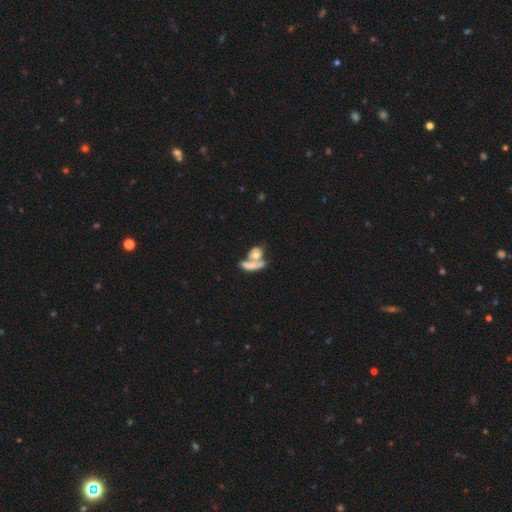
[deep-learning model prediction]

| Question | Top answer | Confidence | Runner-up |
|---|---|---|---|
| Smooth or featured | smooth | 47% | featured or disk (34%) |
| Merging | merger | 51% | none (30%) |